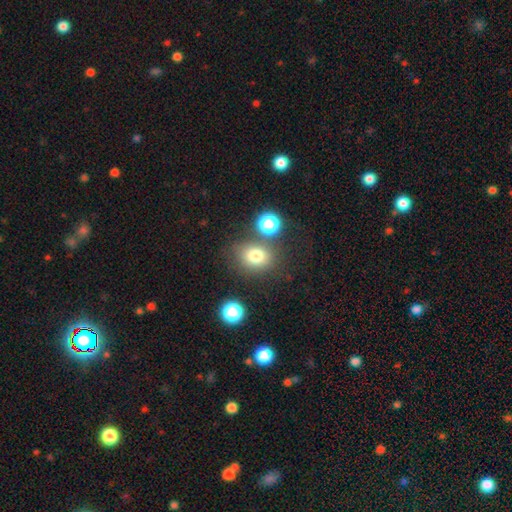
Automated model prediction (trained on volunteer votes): A smooth galaxy with no disk features (76%) that is round (60%).

Vote fractions:
- Smooth or featured? smooth: 76% / star or artifact: 15% / featured or disk: 9%
- How rounded? round: 60% / in between: 39% / cigar-shaped: 1%
- Merging? none: 73% / minor disturbance: 12% / merger: 9% / major disturbance: 5%